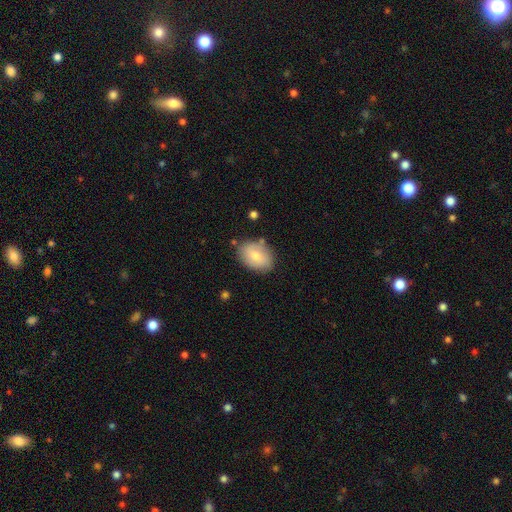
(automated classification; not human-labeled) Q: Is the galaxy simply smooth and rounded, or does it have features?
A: smooth — 75%.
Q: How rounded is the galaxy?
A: in between — 82%.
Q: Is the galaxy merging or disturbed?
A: none — 77%.